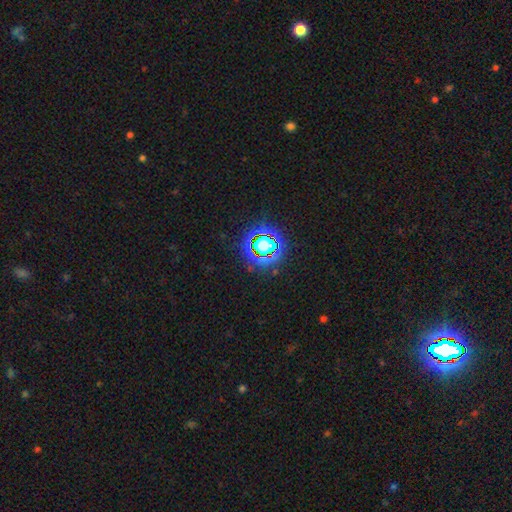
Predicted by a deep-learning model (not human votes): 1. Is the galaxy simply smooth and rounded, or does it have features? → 81% star or artifact, 12% smooth, 8% featured or disk.